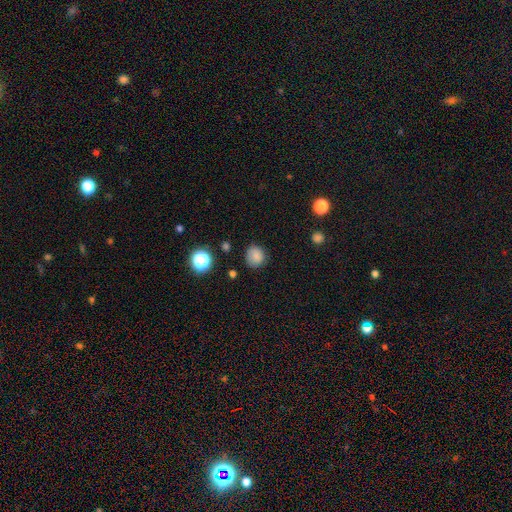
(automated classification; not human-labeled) Smooth or featured?
  - smooth: 81% *
  - star or artifact: 12%
  - featured or disk: 6%
How rounded?
  - round: 82% *
  - in between: 17%
  - cigar-shaped: 1%
Merging?
  - none: 78% *
  - minor disturbance: 17%
  - major disturbance: 4%
  - merger: 2%